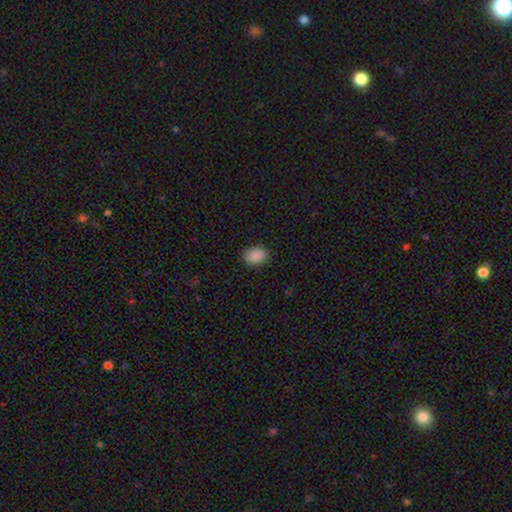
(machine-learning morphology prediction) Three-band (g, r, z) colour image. It shows a smooth galaxy with no disk features (89%) that is in between round and cigar-shaped (67%). Merging: none (87%).